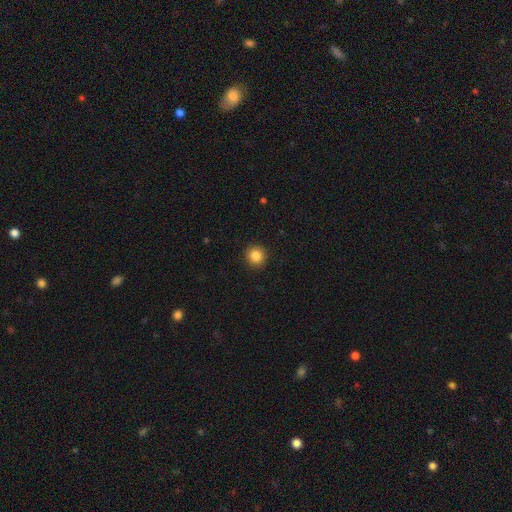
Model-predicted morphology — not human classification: Smooth or featured: smooth — 86% (star or artifact — 10%)
How rounded: round — 94% (in between — 5%)
Merging: none — 92% (minor disturbance — 5%)